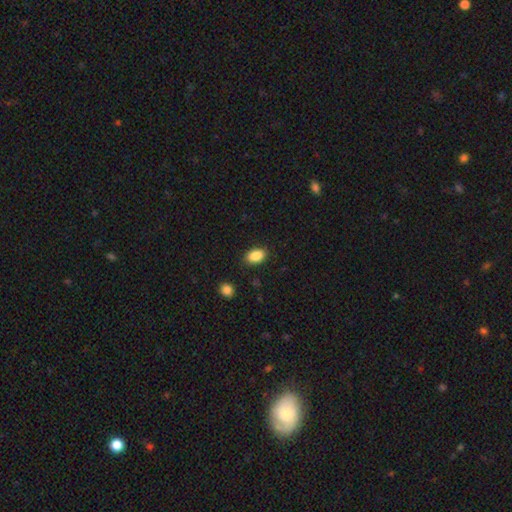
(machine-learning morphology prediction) The model was most divided on "how rounded": in between: 88%, round: 11%, cigar-shaped: 1%. More confident: smooth or featured — smooth (88%); merging — none (87%).